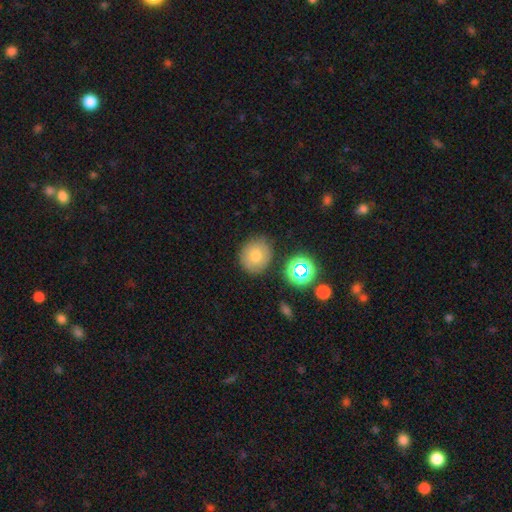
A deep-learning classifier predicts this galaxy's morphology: Q: Smooth or featured?
A: smooth (71%); runner-up: star or artifact (15%)
Q: How rounded?
A: round (84%); runner-up: in between (15%)
Q: Merging?
A: none (82%); runner-up: minor disturbance (11%)